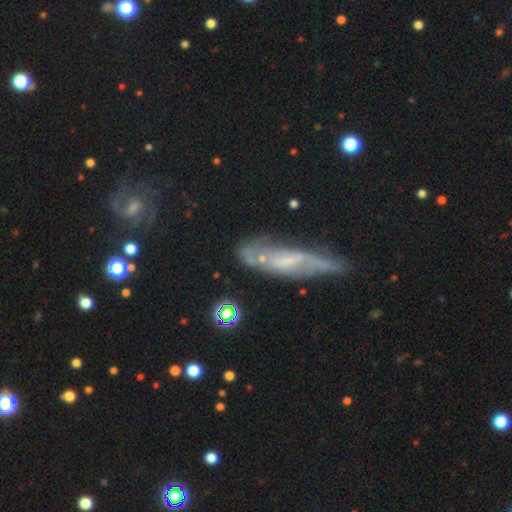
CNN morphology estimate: The model was most divided on "merging": none: 41%, minor disturbance: 27%, major disturbance: 19%, merger: 13%. More confident: edge-on disk — no (75%); smooth or featured — featured or disk (57%).